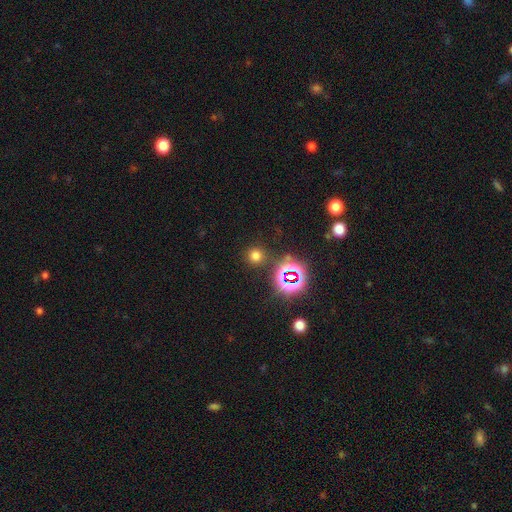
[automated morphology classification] Smooth or featured?
  - smooth: 65% *
  - star or artifact: 29%
  - featured or disk: 6%
How rounded?
  - round: 92% *
  - in between: 7%
  - cigar-shaped: 1%
Merging?
  - none: 86% *
  - minor disturbance: 7%
  - merger: 4%
  - major disturbance: 3%